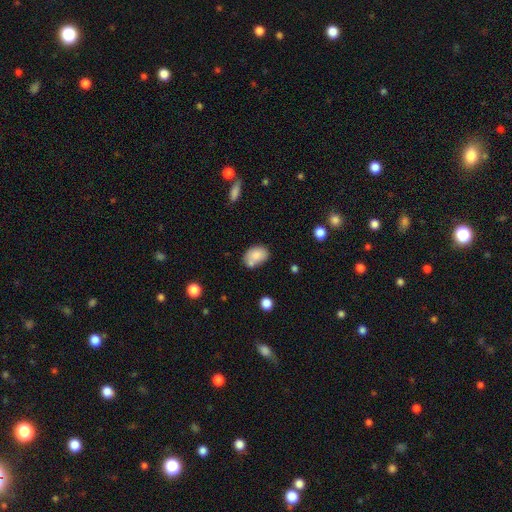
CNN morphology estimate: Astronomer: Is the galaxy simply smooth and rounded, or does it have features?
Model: smooth — 81%.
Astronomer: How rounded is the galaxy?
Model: in between — 80%.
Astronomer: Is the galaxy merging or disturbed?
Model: none — 54%.